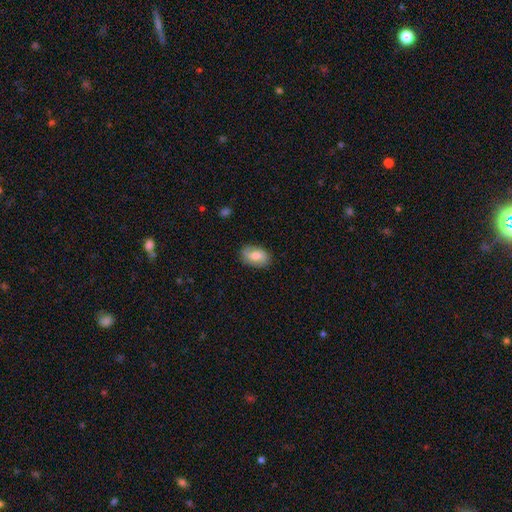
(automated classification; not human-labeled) Morphology: type=smooth (69%); roundness=in between (90%); merging=none (82%).